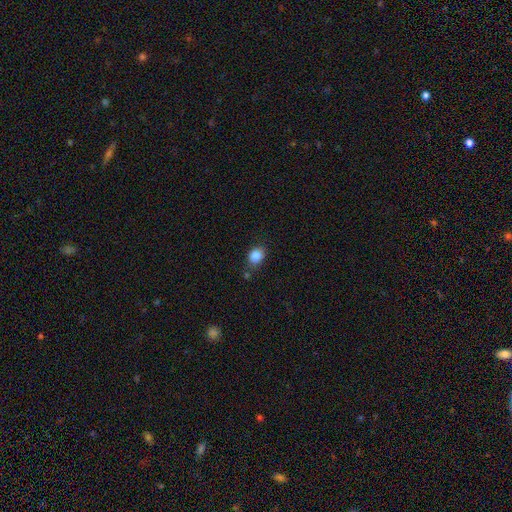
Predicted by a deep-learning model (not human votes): smooth 86%, star or artifact 9%, featured or disk 4%. Down the decision tree: how rounded — in between (51%); merging — none (73%).